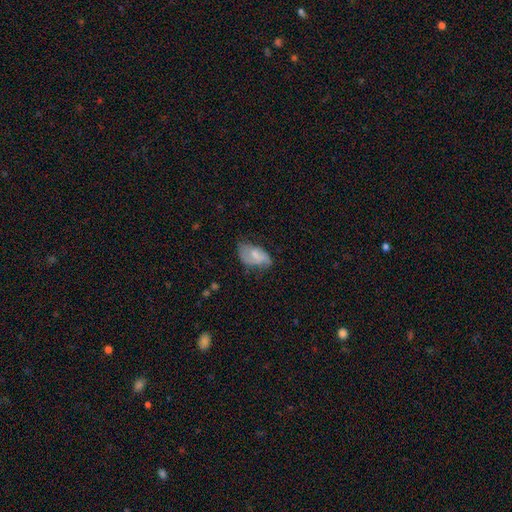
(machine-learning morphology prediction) smooth_or_featured: smooth (p=0.57) [alt: featured or disk p=0.36]
how_rounded: in between (p=0.92) [alt: round p=0.06]
merging: none (p=0.47) [alt: minor disturbance p=0.36]